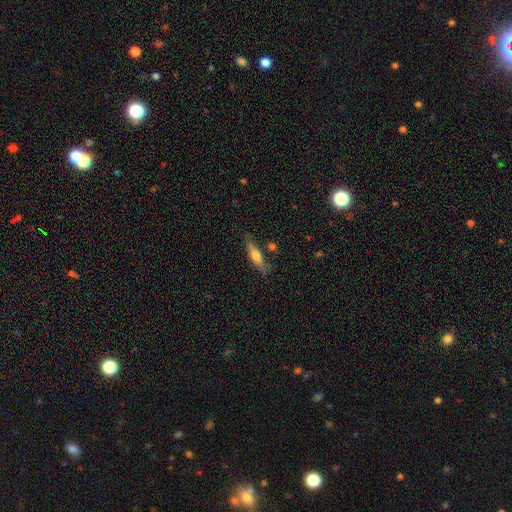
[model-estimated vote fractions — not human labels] smooth 55%, featured or disk 38%, star or artifact 6%. Down the decision tree: how rounded — cigar-shaped (74%); merging — none (77%).